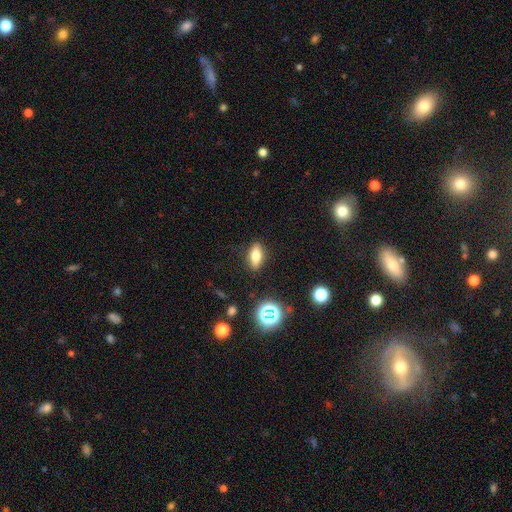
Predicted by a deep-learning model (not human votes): Smooth or featured?
  - smooth: 67% *
  - featured or disk: 21%
  - star or artifact: 12%
How rounded?
  - in between: 75% *
  - cigar-shaped: 17%
  - round: 7%
Merging?
  - none: 87% *
  - minor disturbance: 9%
  - major disturbance: 3%
  - merger: 2%